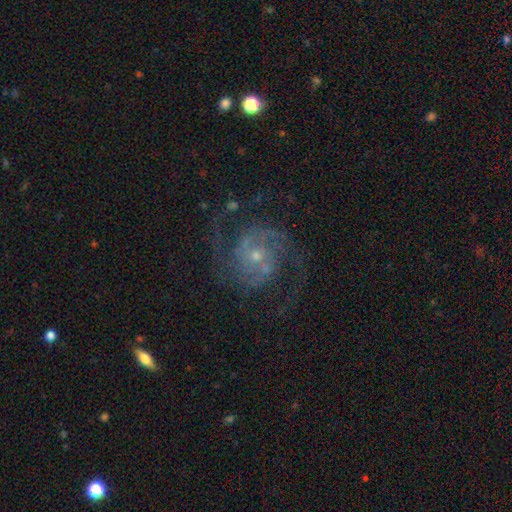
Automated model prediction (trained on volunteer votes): Smooth or featured?
  - featured or disk: 88% *
  - star or artifact: 7%
  - smooth: 5%
Edge-on disk?
  - no: 98% *
  - yes: 2%
Bar?
  - no: 67% *
  - weak: 27%
  - strong: 6%
Spiral arms?
  - yes: 97% *
  - no: 3%
Spiral winding?
  - medium: 54% *
  - tight: 29%
  - loose: 17%
Spiral arm count?
  - 2: 76% *
  - 3: 9%
  - can't tell: 7%
  - 4: 3%
  - 1: 3%
  - more than 4: 3%
Bulge size?
  - small: 66% *
  - moderate: 28%
  - none: 3%
  - large: 2%
  - dominant: 1%
Merging?
  - none: 72% *
  - minor disturbance: 14%
  - major disturbance: 12%
  - merger: 2%